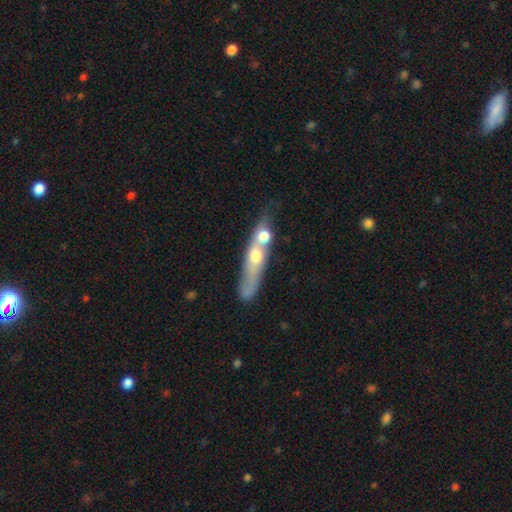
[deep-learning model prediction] Smooth or featured? Predicted: featured or disk (p=0.48). Merging? Predicted: merger (p=0.52).